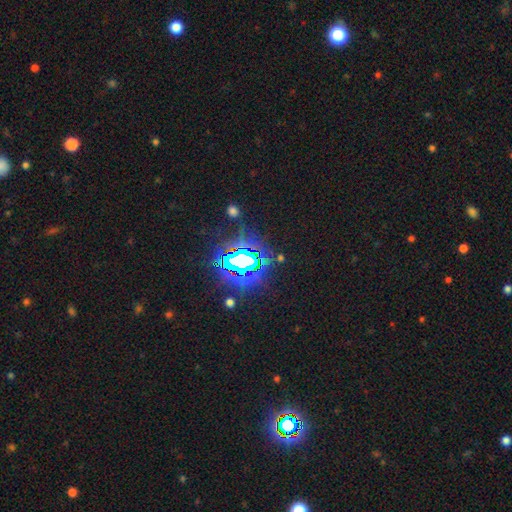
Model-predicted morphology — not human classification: Q: Smooth or featured?
A: star or artifact (85%); runner-up: smooth (9%)